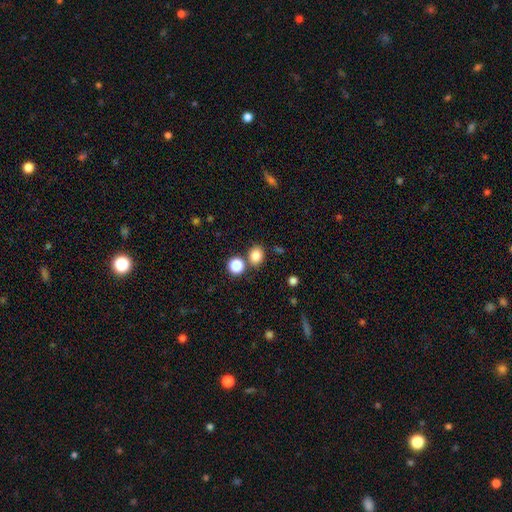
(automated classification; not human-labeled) This is clearly a smooth galaxy (83%). How rounded: likely round (62%). Merging: likely none (73%).